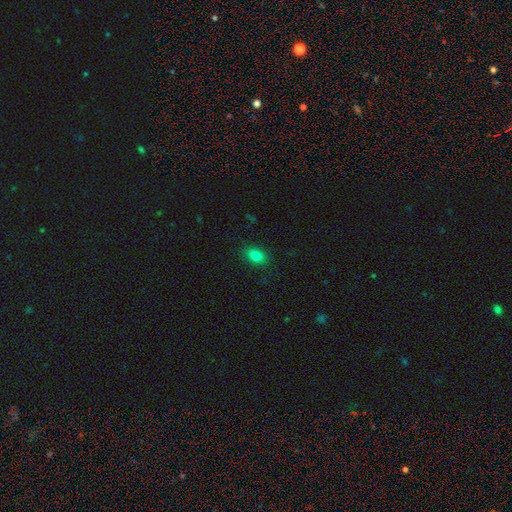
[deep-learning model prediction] Morphology: type=smooth (82%); roundness=in between (79%); merging=none (87%).